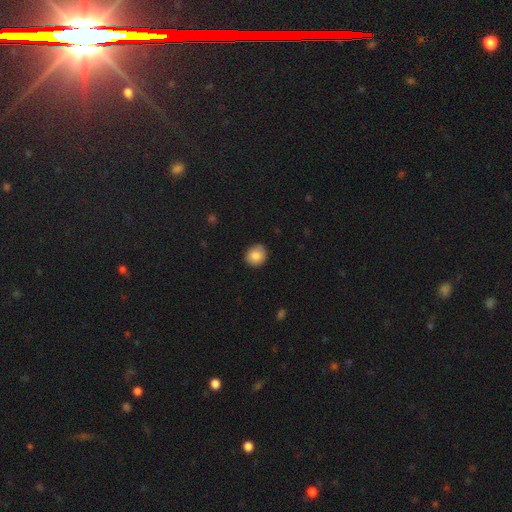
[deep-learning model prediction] Smooth or featured? Predicted: smooth (p=0.85). How rounded? Predicted: round (p=0.85). Merging? Predicted: none (p=0.86).